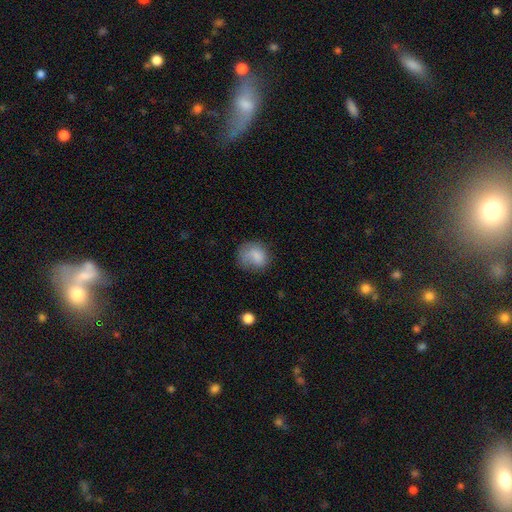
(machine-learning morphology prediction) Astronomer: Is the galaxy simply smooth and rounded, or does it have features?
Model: smooth — 78%.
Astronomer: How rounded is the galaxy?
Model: round — 67%.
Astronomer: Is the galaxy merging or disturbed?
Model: none — 55%.